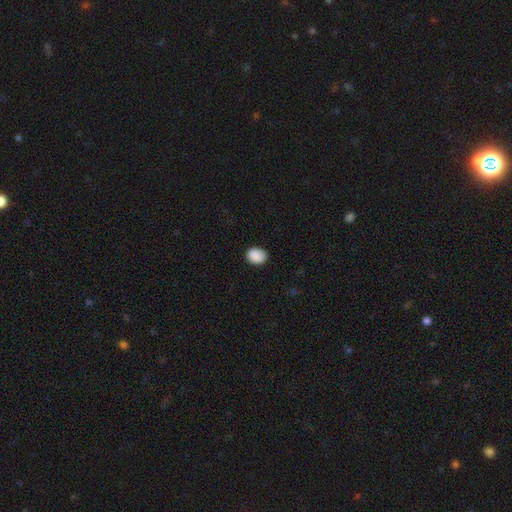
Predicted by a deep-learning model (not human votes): Overall: smooth (89%). How rounded: in between (50%; round 49%). Merging: none (84%).